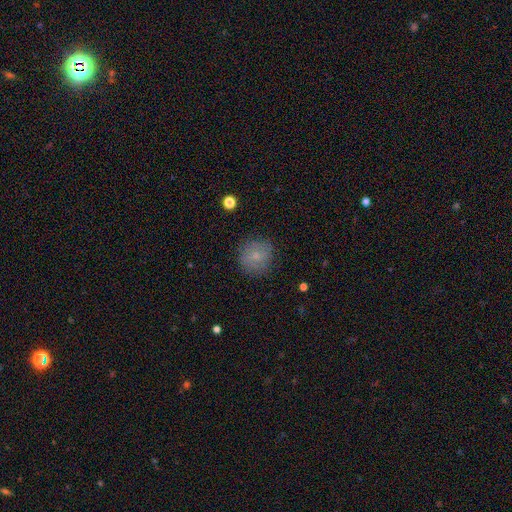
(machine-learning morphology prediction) smooth 74%, featured or disk 17%, star or artifact 9%. Down the decision tree: how rounded — round (90%); merging — none (82%).